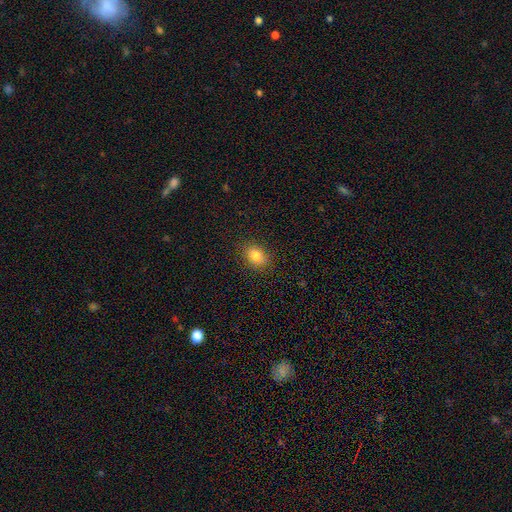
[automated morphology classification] The model was most divided on "how rounded": in between: 63%, round: 36%, cigar-shaped: 1%. More confident: merging — none (86%); smooth or featured — smooth (83%).